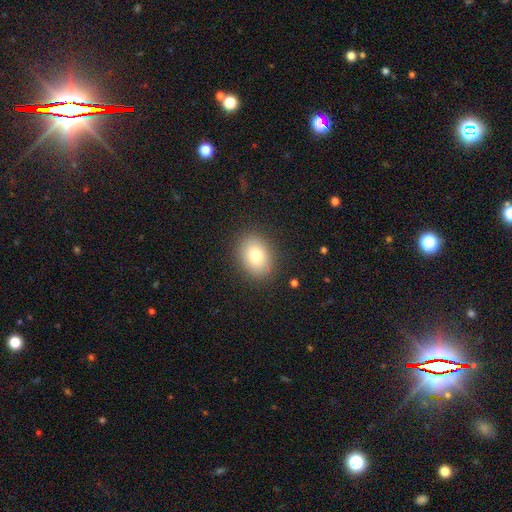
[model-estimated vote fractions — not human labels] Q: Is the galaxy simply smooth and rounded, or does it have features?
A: smooth — 78%.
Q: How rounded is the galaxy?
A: in between — 62%.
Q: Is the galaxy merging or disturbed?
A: none — 87%.